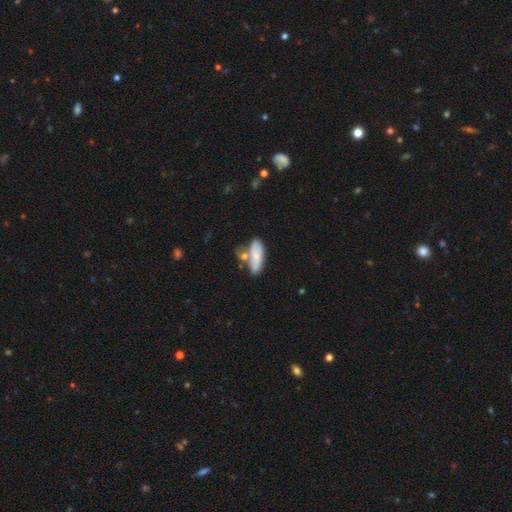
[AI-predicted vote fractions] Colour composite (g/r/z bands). It shows a smooth galaxy with no disk features (67%) that is in between round and cigar-shaped (73%). Merging: none (41%).